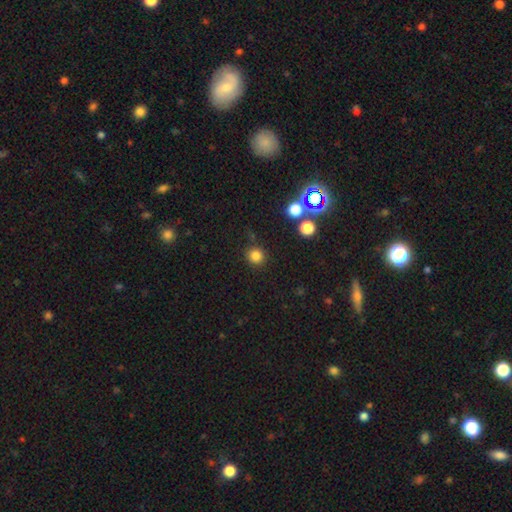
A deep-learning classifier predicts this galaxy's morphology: smooth-or-featured: smooth: 80% | star or artifact: 15% | featured or disk: 5%
  how-rounded: round: 92% | in between: 7% | cigar-shaped: 1%
  merging: none: 86% | minor disturbance: 8% | merger: 3% | major disturbance: 3%